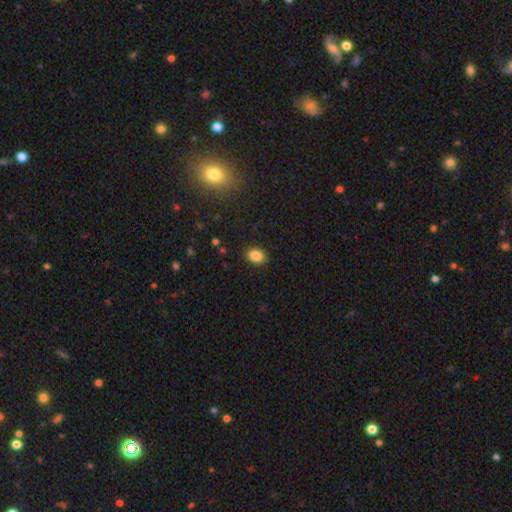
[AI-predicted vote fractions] A smooth galaxy with no disk features (86%) that is in between round and cigar-shaped (73%).

Vote fractions:
- Smooth or featured? smooth: 86% / star or artifact: 10% / featured or disk: 4%
- How rounded? in between: 73% / round: 26% / cigar-shaped: 1%
- Merging? none: 88% / minor disturbance: 9% / major disturbance: 2% / merger: 1%